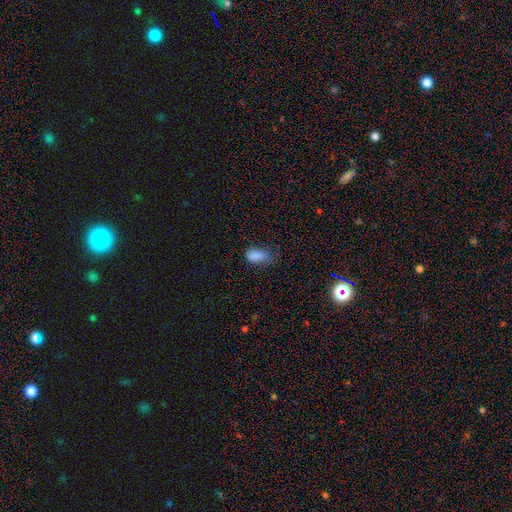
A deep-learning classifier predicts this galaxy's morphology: type=smooth (81%); roundness=in between (91%); merging=minor disturbance (39%).